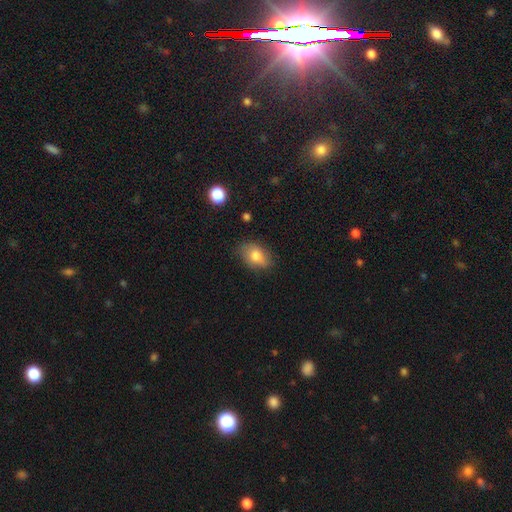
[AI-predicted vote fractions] Morphology: type=smooth (78%); roundness=in between (85%); merging=none (75%).